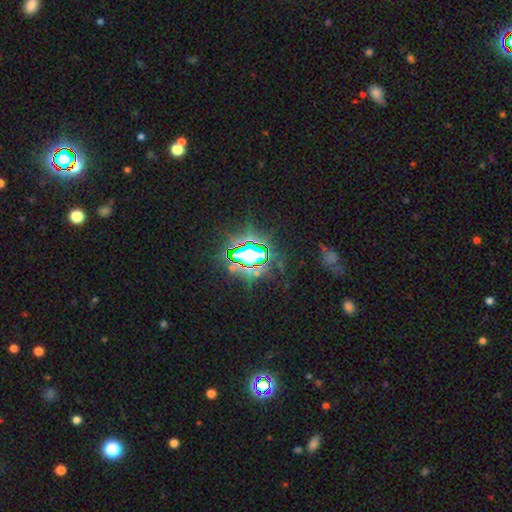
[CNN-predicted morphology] smooth-or-featured: star or artifact: 78% | smooth: 12% | featured or disk: 10%